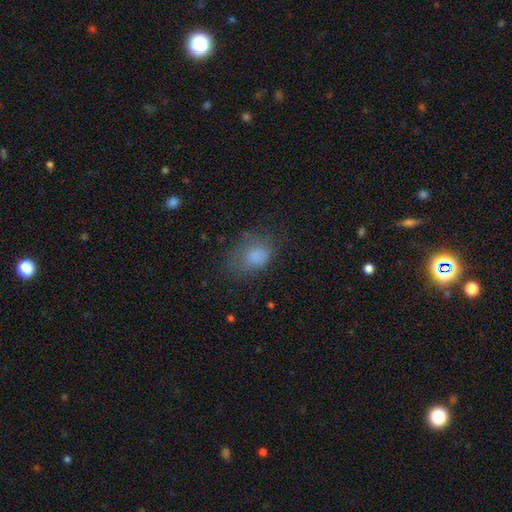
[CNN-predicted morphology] smooth-or-featured: smooth: 78% | star or artifact: 12% | featured or disk: 10%
  how-rounded: in between: 66% | round: 33% | cigar-shaped: 1%
  merging: none: 48% | minor disturbance: 28% | major disturbance: 21% | merger: 2%